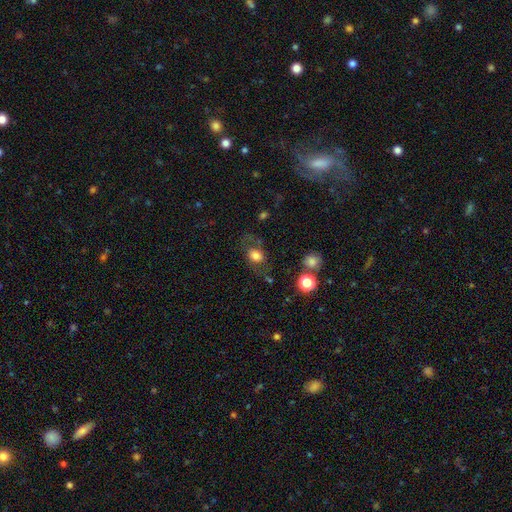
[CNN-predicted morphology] smooth_or_featured: smooth (p=0.71) [alt: featured or disk p=0.18]
how_rounded: in between (p=0.58) [alt: round p=0.40]
merging: none (p=0.63) [alt: minor disturbance p=0.19]